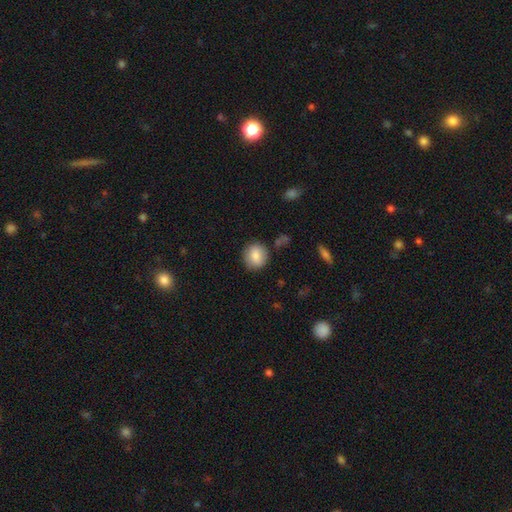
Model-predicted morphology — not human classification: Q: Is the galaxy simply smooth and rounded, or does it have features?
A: smooth — 84%.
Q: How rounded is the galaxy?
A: round — 86%.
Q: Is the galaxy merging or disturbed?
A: none — 84%.